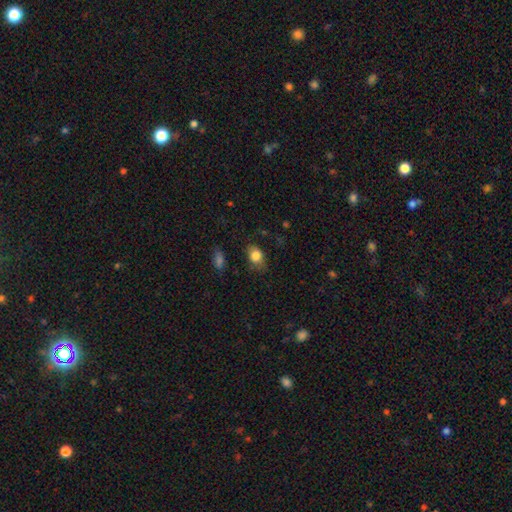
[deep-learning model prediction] This is clearly a smooth galaxy (83%). How rounded: likely in between (76%). Merging: likely none (70%).